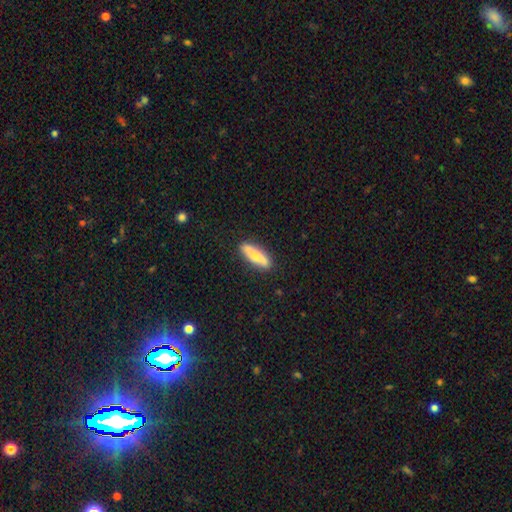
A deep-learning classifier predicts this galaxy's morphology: Smooth or featured? smooth (66%)
How rounded? cigar-shaped (65%)
Merging? none (86%)